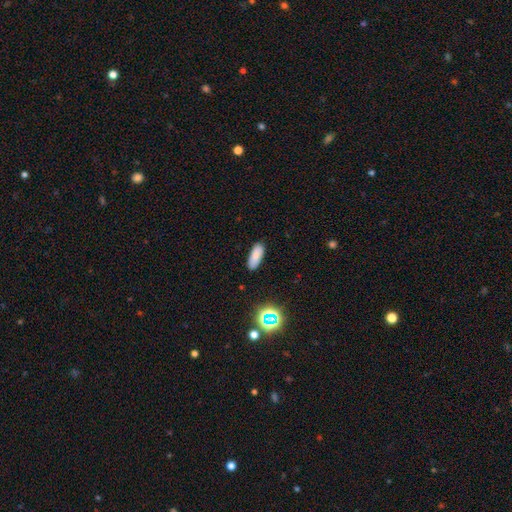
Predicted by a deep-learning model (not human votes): smooth 84%, star or artifact 10%, featured or disk 6%. Down the decision tree: how rounded — in between (73%); merging — none (87%).